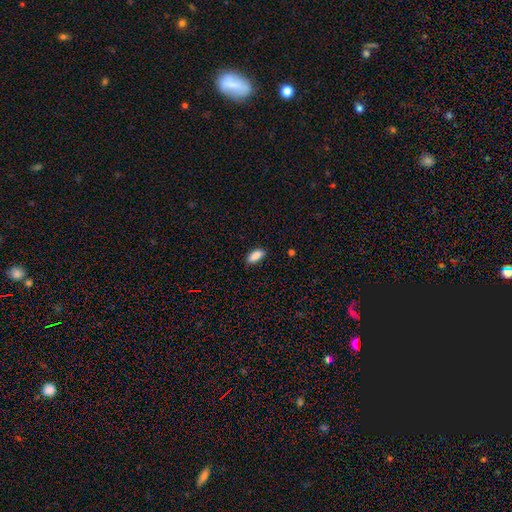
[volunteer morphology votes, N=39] Smooth or featured? 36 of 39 (92%) said smooth. How rounded? 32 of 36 (89%) said in between. Merging? 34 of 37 (92%) said none.